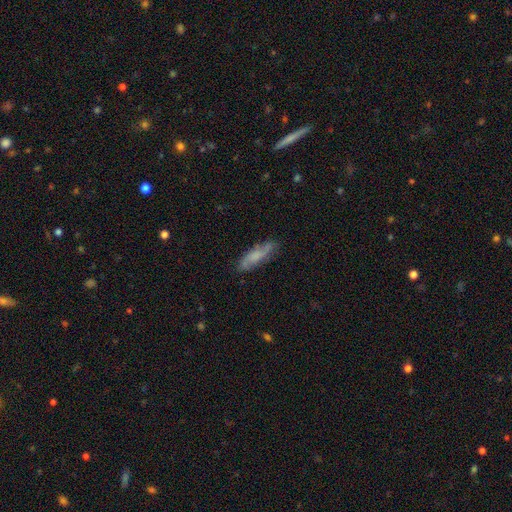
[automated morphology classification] smooth_or_featured: smooth (p=0.56) [alt: featured or disk p=0.37]
how_rounded: cigar-shaped (p=0.63) [alt: in between p=0.35]
merging: none (p=0.76) [alt: minor disturbance p=0.18]